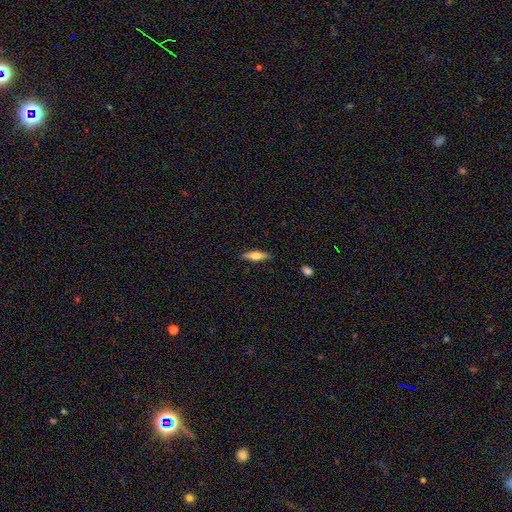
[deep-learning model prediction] Smooth or featured? Predicted: smooth (p=0.58). How rounded? Predicted: cigar-shaped (p=0.60). Merging? Predicted: none (p=0.87).